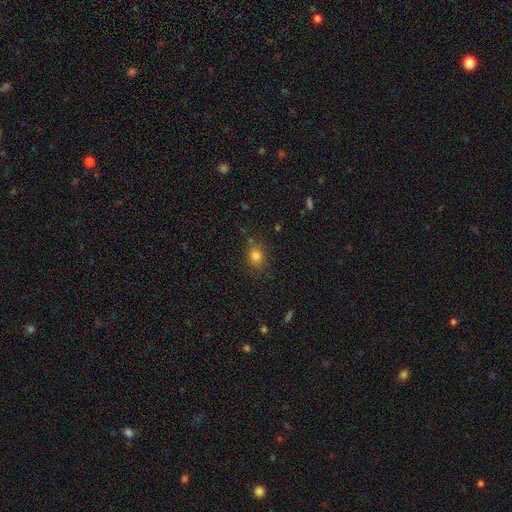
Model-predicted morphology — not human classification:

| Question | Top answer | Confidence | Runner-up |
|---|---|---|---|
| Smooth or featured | smooth | 80% | star or artifact (13%) |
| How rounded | round | 57% | in between (42%) |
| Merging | none | 80% | minor disturbance (13%) |